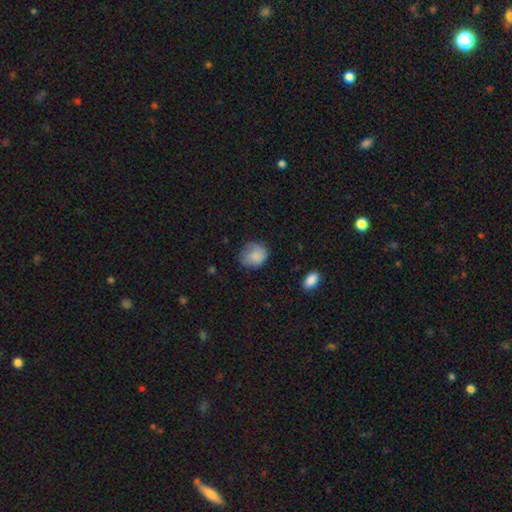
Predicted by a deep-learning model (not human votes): Smooth or featured?
  - smooth: 83% *
  - featured or disk: 9%
  - star or artifact: 8%
How rounded?
  - round: 72% *
  - in between: 27%
  - cigar-shaped: 1%
Merging?
  - none: 65% *
  - minor disturbance: 26%
  - major disturbance: 8%
  - merger: 1%